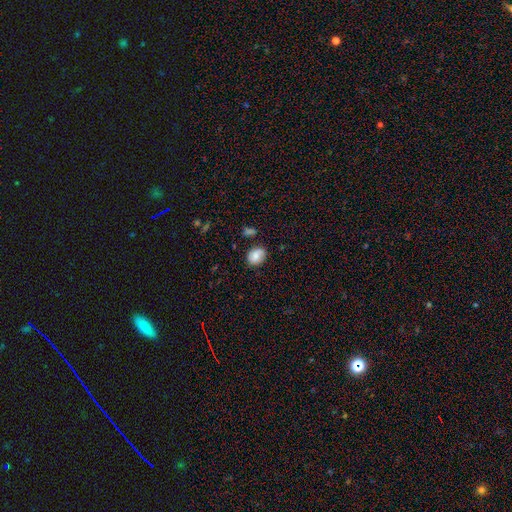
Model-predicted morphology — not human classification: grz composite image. It shows a smooth galaxy with no disk features (76%) that is round (50%). Merging: none (72%).